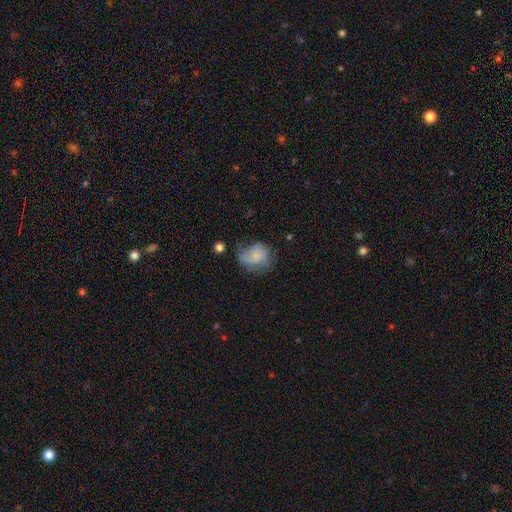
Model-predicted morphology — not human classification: Smooth or featured?
  - smooth: 66% *
  - featured or disk: 25%
  - star or artifact: 9%
How rounded?
  - round: 55% *
  - in between: 44%
  - cigar-shaped: 1%
Merging?
  - none: 38% *
  - minor disturbance: 34%
  - major disturbance: 25%
  - merger: 4%